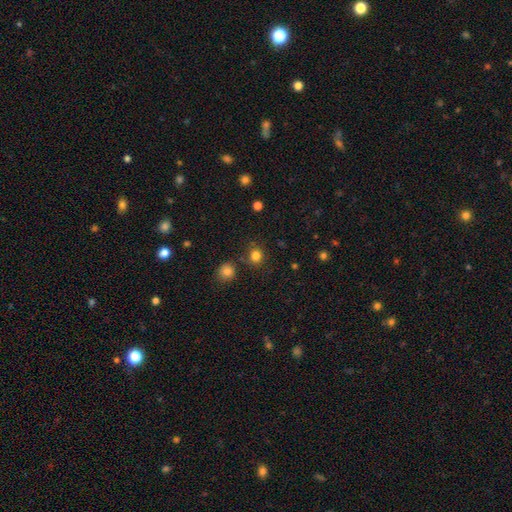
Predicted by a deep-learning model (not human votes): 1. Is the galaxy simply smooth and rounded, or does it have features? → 82% smooth, 14% star or artifact, 5% featured or disk.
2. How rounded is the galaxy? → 83% round, 16% in between, 1% cigar-shaped.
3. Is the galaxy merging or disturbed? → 82% none, 9% minor disturbance, 5% merger, 3% major disturbance.